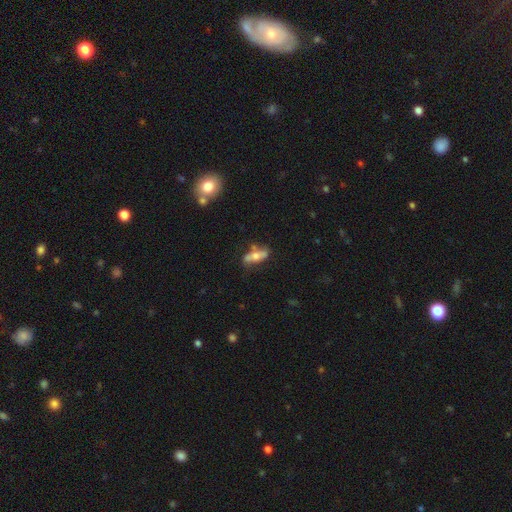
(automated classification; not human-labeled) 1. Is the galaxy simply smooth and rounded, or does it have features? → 47% featured or disk, 45% smooth, 8% star or artifact.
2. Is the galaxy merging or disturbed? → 55% none, 24% minor disturbance, 11% merger, 10% major disturbance.